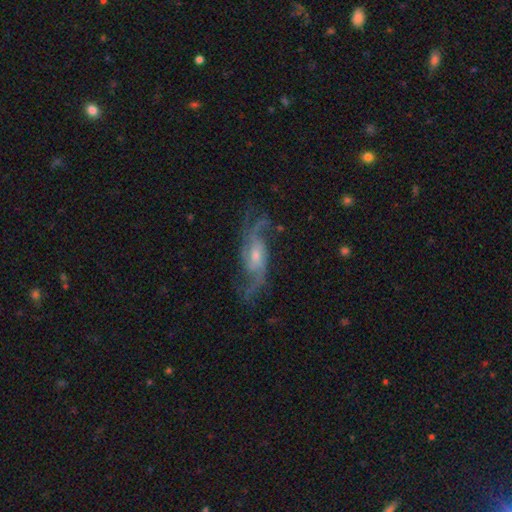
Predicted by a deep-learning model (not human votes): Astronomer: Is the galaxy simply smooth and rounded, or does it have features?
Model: featured or disk — 87%.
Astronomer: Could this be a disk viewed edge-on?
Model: no — 92%.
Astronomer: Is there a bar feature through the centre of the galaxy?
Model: no — 53% (runner-up: weak, 37%).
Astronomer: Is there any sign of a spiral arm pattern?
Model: yes — 96%.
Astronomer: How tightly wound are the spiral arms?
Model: loose — 47% (runner-up: medium, 39%).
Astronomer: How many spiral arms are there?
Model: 2 — 43% (runner-up: 3, 24%).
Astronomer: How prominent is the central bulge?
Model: small — 52% (runner-up: moderate, 42%).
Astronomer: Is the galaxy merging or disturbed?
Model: none — 67%.